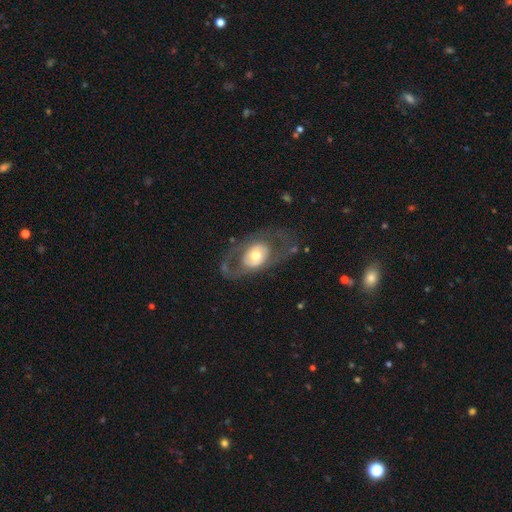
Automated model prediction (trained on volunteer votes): Morphology: type=featured or disk (66%); edge-on=no (92%); bar=no (79%); spiral arms=no (64%); bulge=moderate (64%); merging=none (63%).